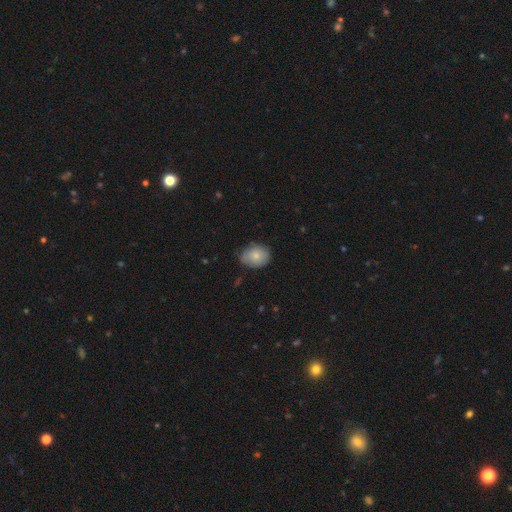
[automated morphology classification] smooth_or_featured: smooth (p=0.78) [alt: featured or disk p=0.14]
how_rounded: in between (p=0.58) [alt: round p=0.41]
merging: none (p=0.68) [alt: minor disturbance p=0.26]